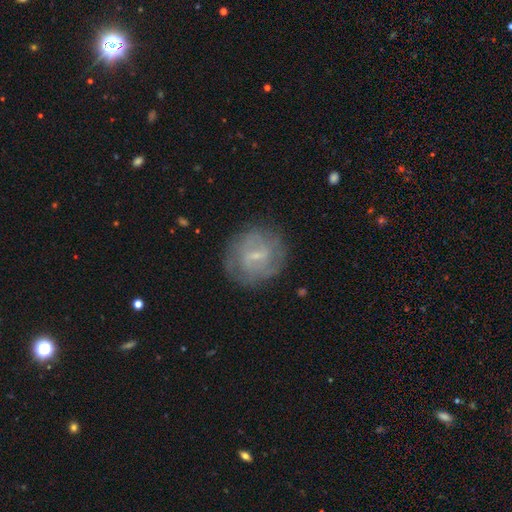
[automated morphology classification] Smooth or featured? Predicted: featured or disk (p=0.65). Edge-on disk? Predicted: no (p=0.97). Bar? Predicted: weak (p=0.59). Spiral arms? Predicted: yes (p=0.73). Bulge size? Predicted: small (p=0.66). Merging? Predicted: none (p=0.78).